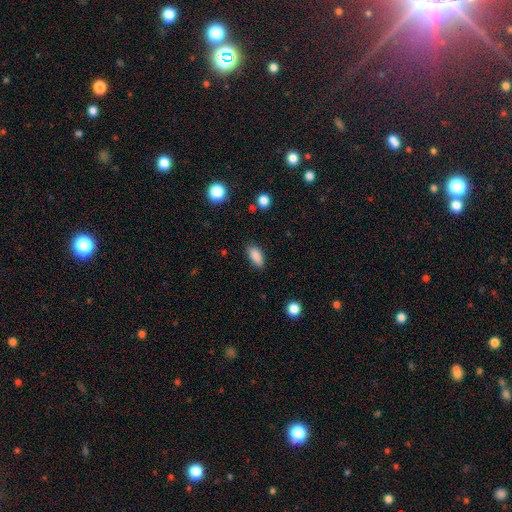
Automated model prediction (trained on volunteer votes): Smooth or featured?
  - smooth: 87% *
  - star or artifact: 8%
  - featured or disk: 5%
How rounded?
  - in between: 85% *
  - cigar-shaped: 12%
  - round: 3%
Merging?
  - none: 82% *
  - minor disturbance: 14%
  - major disturbance: 3%
  - merger: 1%